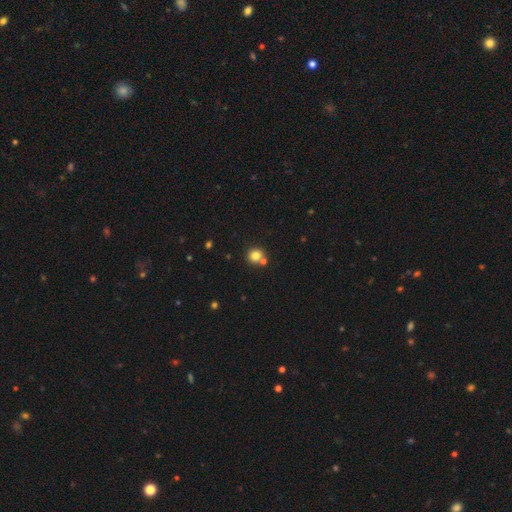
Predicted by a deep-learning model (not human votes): This is clearly a smooth galaxy (80%). How rounded: clearly round (87%). Merging: likely none (64%).